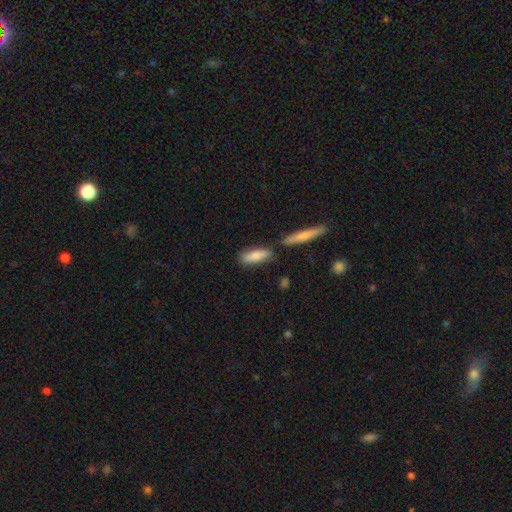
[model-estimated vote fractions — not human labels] smooth 78%, featured or disk 16%, star or artifact 6%. Down the decision tree: how rounded — cigar-shaped (52%); merging — none (72%).